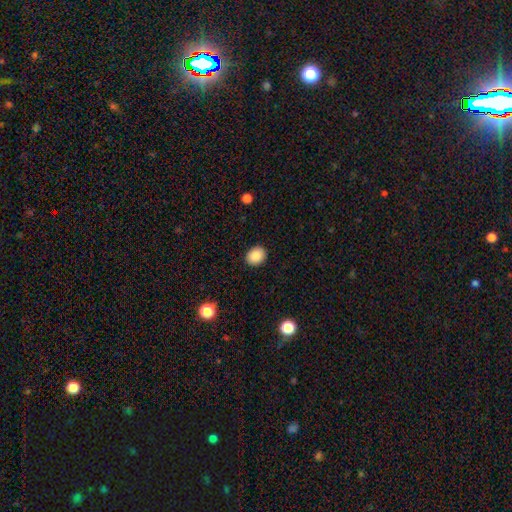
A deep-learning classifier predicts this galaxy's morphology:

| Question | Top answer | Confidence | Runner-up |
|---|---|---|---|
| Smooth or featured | smooth | 87% | star or artifact (9%) |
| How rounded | round | 60% | in between (39%) |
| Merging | none | 90% | minor disturbance (7%) |